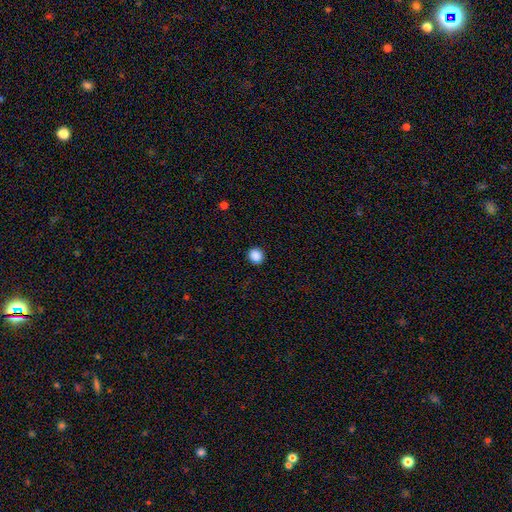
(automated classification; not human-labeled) This is clearly a smooth galaxy (88%). How rounded: clearly round (88%). Merging: clearly none (90%).